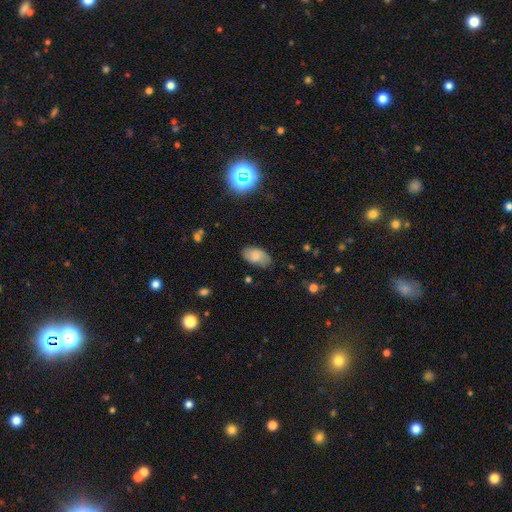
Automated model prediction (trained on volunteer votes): smooth_or_featured: smooth (p=0.64) [alt: featured or disk p=0.26]
how_rounded: in between (p=0.93) [alt: round p=0.05]
merging: none (p=0.76) [alt: minor disturbance p=0.19]